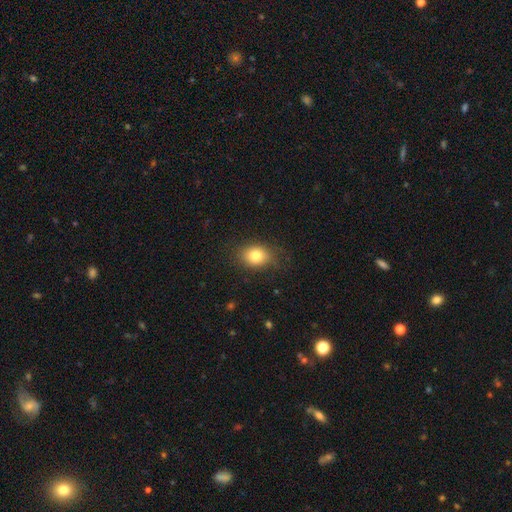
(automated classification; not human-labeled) Smooth or featured?
  - smooth: 81% *
  - star or artifact: 10%
  - featured or disk: 9%
How rounded?
  - in between: 58% *
  - round: 41%
  - cigar-shaped: 1%
Merging?
  - none: 80% *
  - minor disturbance: 15%
  - major disturbance: 4%
  - merger: 1%